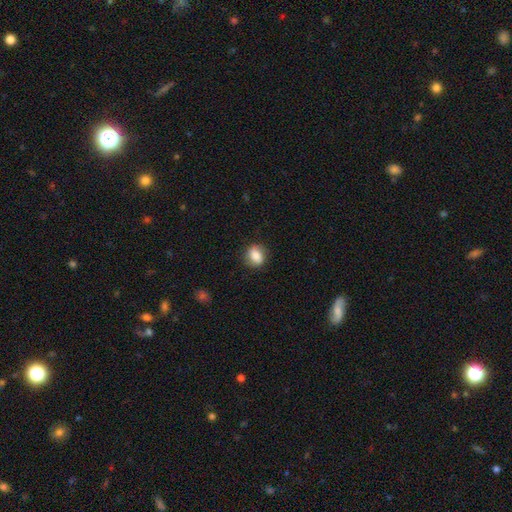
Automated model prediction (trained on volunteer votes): A smooth galaxy with no disk features (79%) that is round (56%).

Vote fractions:
- Smooth or featured? smooth: 79% / featured or disk: 12% / star or artifact: 8%
- How rounded? round: 56% / in between: 42% / cigar-shaped: 1%
- Merging? none: 82% / minor disturbance: 13% / major disturbance: 4% / merger: 1%